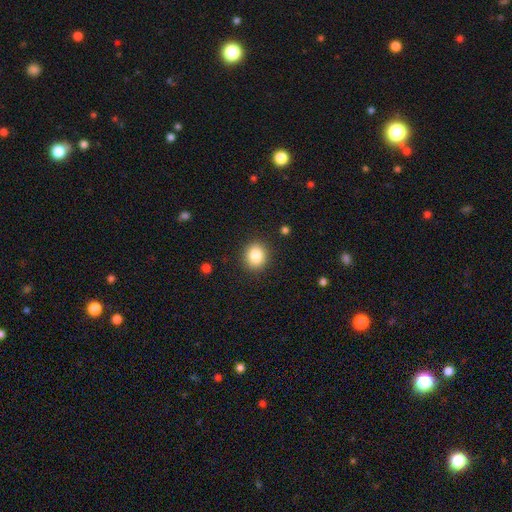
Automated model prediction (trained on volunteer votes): Smooth or featured? smooth (85%)
How rounded? round (78%)
Merging? none (90%)